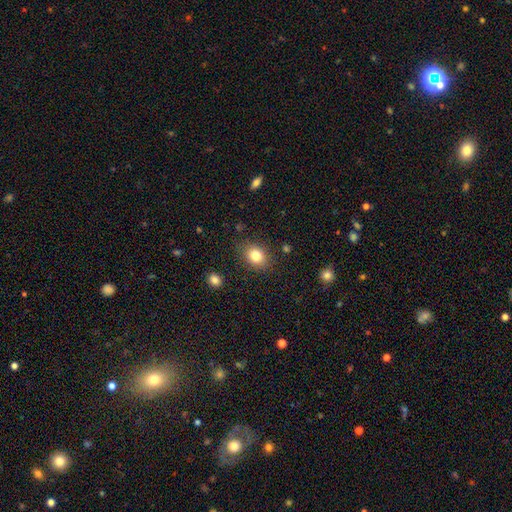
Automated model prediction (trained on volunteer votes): Smooth or featured? Predicted: smooth (p=0.81). How rounded? Predicted: in between (p=0.52). Merging? Predicted: none (p=0.84).